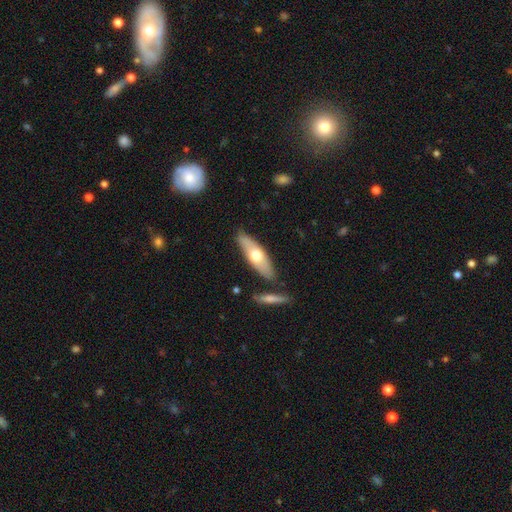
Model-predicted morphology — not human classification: smooth-or-featured: smooth: 53% | featured or disk: 42% | star or artifact: 5%
  how-rounded: in between: 51% | cigar-shaped: 47% | round: 2%
  merging: none: 80% | minor disturbance: 12% | merger: 6% | major disturbance: 3%